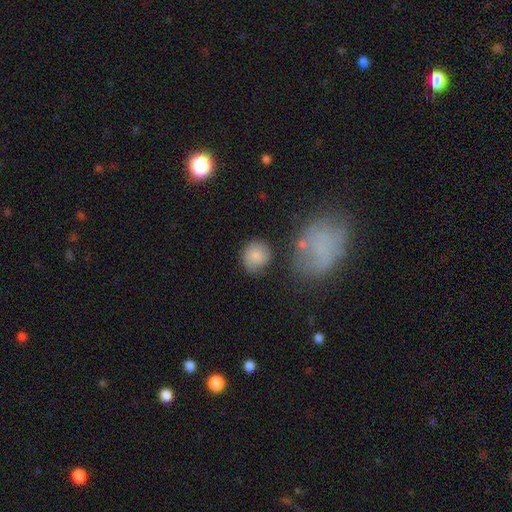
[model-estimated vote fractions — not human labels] This is clearly a smooth galaxy (82%). How rounded: clearly round (84%). Merging: likely none (70%).